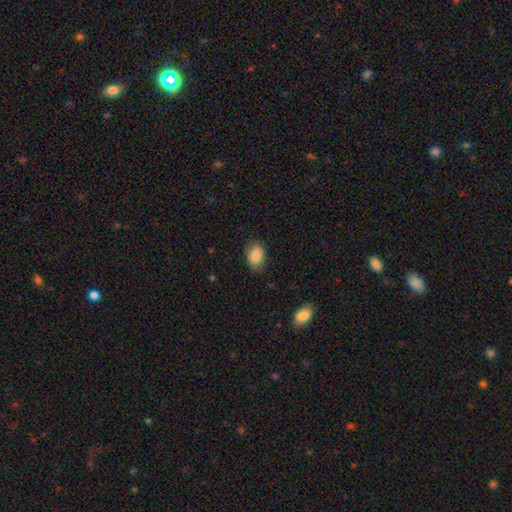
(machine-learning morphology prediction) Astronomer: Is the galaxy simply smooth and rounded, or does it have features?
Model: smooth — 86%.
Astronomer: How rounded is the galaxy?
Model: in between — 84%.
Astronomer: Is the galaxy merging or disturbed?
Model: none — 80%.